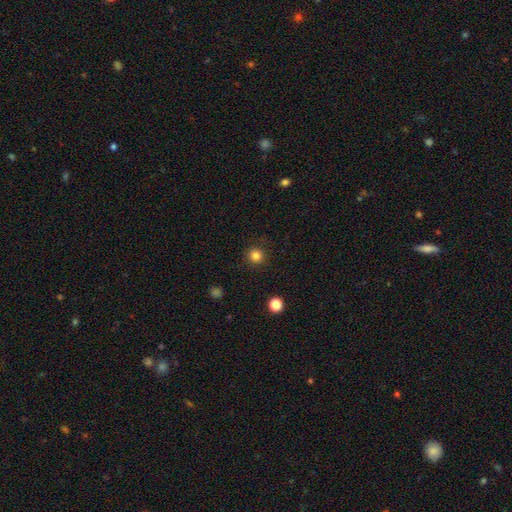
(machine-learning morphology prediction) smooth 83%, star or artifact 12%, featured or disk 4%. Down the decision tree: how rounded — round (95%); merging — none (91%).